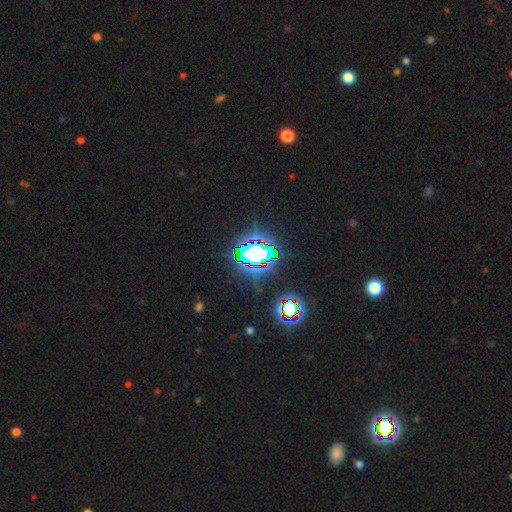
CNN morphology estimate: A star or artifact, not a galaxy (68%).

Vote fractions:
- Smooth or featured? star or artifact: 68% / smooth: 19% / featured or disk: 14%